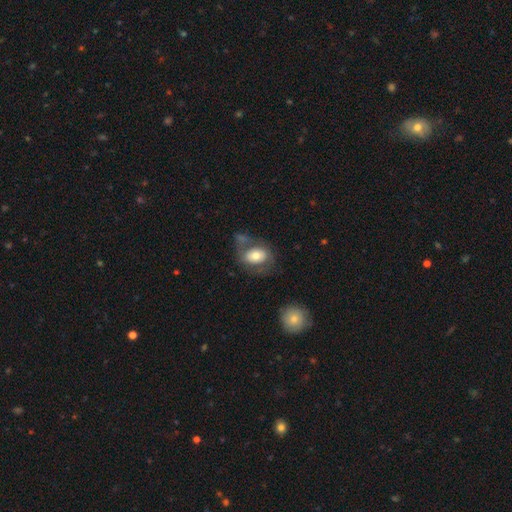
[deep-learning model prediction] smooth 64%, featured or disk 29%, star or artifact 7%. Down the decision tree: how rounded — in between (75%); merging — none (46%).